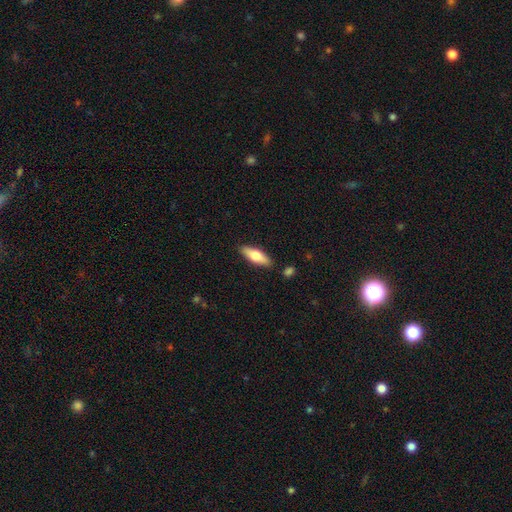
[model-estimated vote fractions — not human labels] Smooth or featured?
  - smooth: 64% *
  - featured or disk: 31%
  - star or artifact: 6%
How rounded?
  - in between: 58% *
  - cigar-shaped: 40%
  - round: 2%
Merging?
  - none: 85% *
  - minor disturbance: 10%
  - merger: 3%
  - major disturbance: 2%